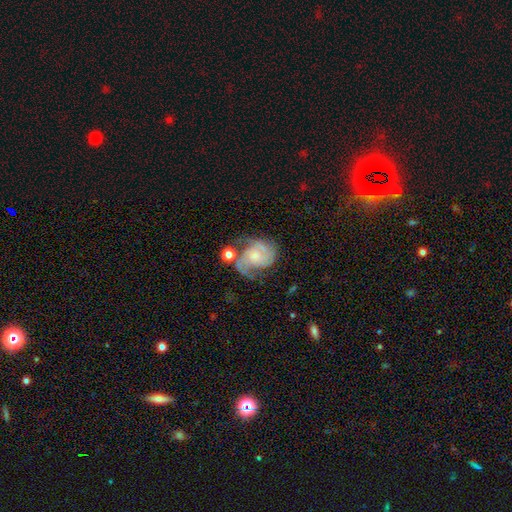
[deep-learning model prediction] A featured or disk galaxy (81%) with no bar (67%), 2 (61%) medium (45%) spiral arms (95%) and a small central bulge (47%). Merging: none (46%).